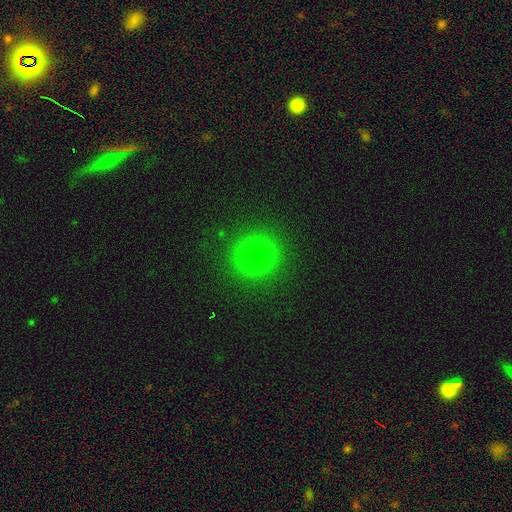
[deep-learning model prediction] The model was most divided on "smooth or featured": smooth: 77%, star or artifact: 16%, featured or disk: 6%. More confident: merging — none (90%); how rounded — round (88%).